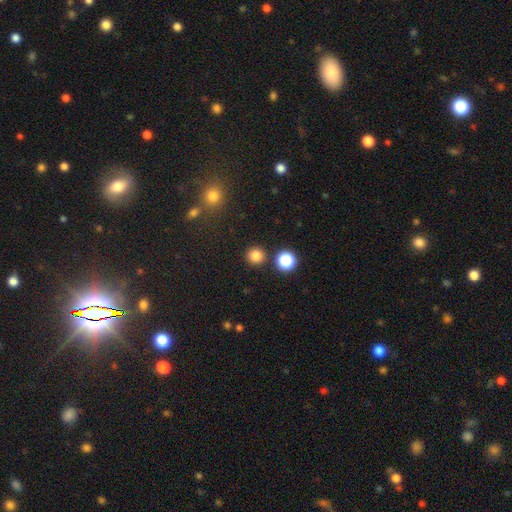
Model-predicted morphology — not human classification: This is clearly a smooth galaxy (81%). How rounded: clearly round (94%). Merging: clearly none (89%).